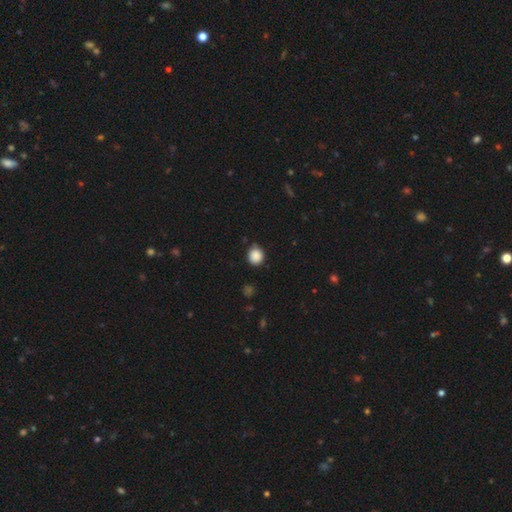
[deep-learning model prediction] Smooth or featured? Predicted: smooth (p=0.88). How rounded? Predicted: round (p=0.86). Merging? Predicted: none (p=0.84).